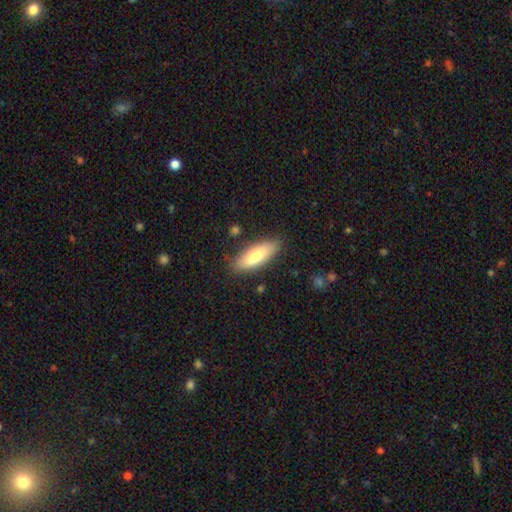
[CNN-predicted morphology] This is likely a smooth galaxy (75%). How rounded: likely in between (63%). Merging: clearly none (82%).